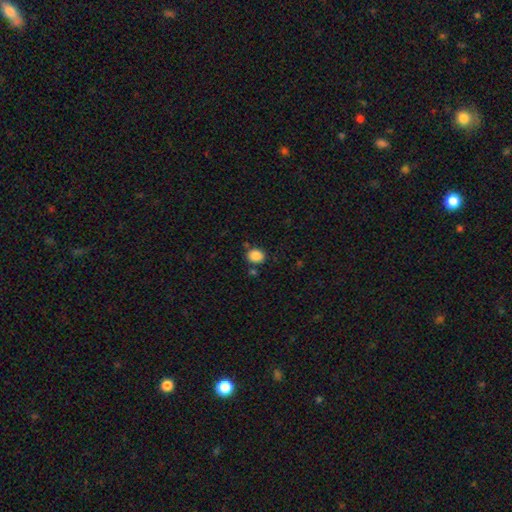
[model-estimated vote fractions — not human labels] Smooth or featured? Predicted: smooth (p=0.87). How rounded? Predicted: round (p=0.56). Merging? Predicted: none (p=0.80).